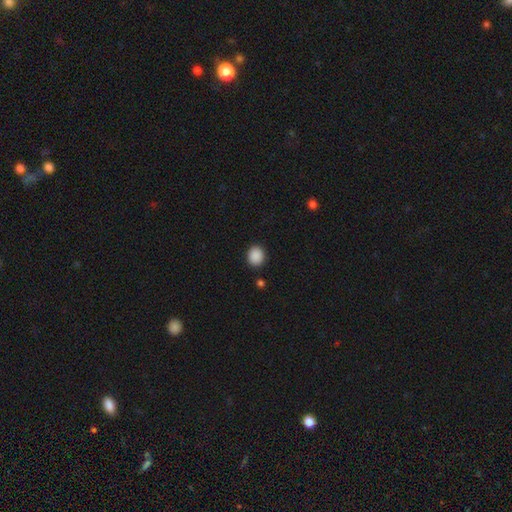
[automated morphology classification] smooth 89%, star or artifact 9%, featured or disk 2%. Down the decision tree: how rounded — round (70%); merging — none (89%).